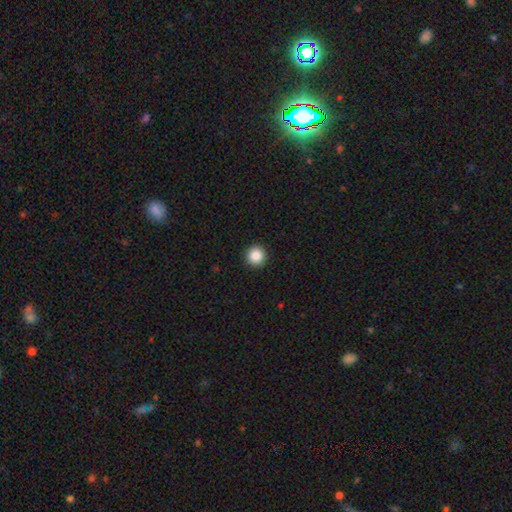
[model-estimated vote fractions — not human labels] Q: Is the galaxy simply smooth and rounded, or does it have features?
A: smooth — 86%.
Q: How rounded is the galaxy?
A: round — 96%.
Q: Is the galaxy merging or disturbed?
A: none — 93%.